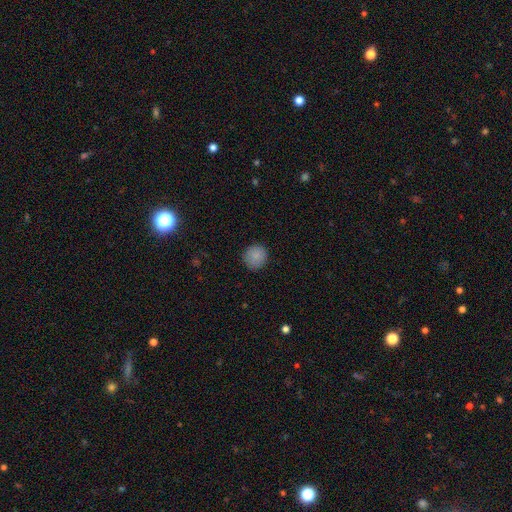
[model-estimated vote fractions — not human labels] Smooth or featured: smooth — 87% (star or artifact — 9%)
How rounded: round — 90% (in between — 9%)
Merging: none — 87% (minor disturbance — 9%)